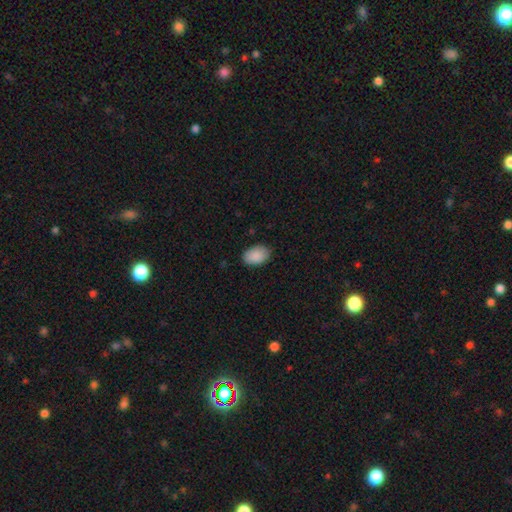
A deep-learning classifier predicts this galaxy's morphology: Q: Smooth or featured?
A: smooth (90%); runner-up: star or artifact (6%)
Q: How rounded?
A: in between (89%); runner-up: round (10%)
Q: Merging?
A: none (85%); runner-up: minor disturbance (11%)